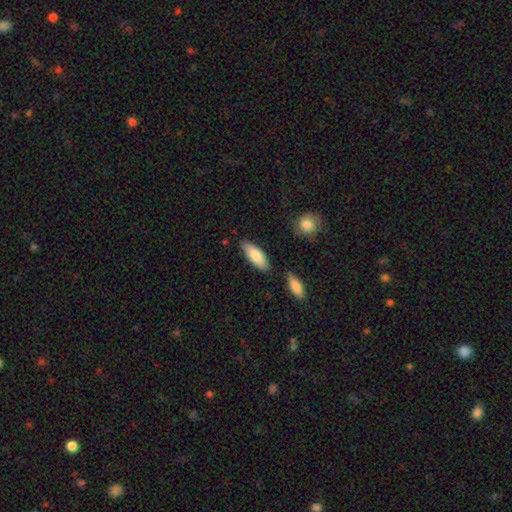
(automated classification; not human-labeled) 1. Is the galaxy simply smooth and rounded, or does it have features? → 82% smooth, 13% featured or disk, 6% star or artifact.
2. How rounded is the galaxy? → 71% in between, 27% cigar-shaped, 2% round.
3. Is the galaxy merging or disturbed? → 79% none, 13% minor disturbance, 5% merger, 2% major disturbance.